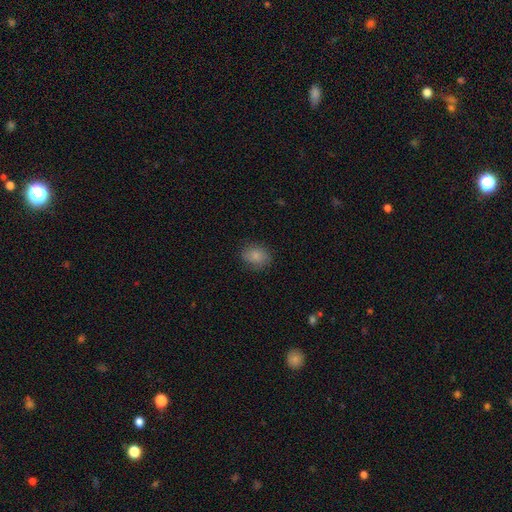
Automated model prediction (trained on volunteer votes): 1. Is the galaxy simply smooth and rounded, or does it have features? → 83% smooth, 9% star or artifact, 8% featured or disk.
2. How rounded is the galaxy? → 50% in between, 49% round, 1% cigar-shaped.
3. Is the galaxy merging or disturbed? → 79% none, 16% minor disturbance, 4% major disturbance, 1% merger.